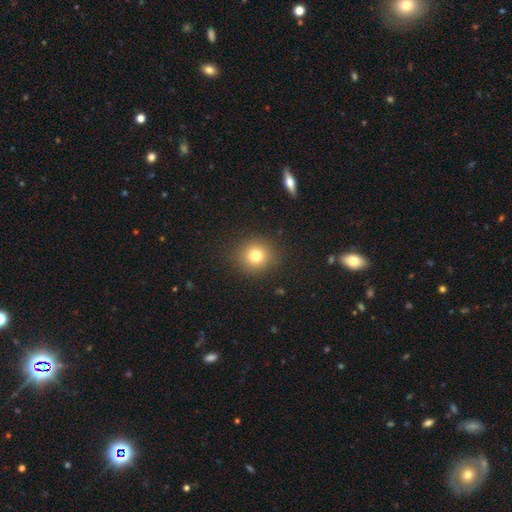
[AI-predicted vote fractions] The model was most divided on "smooth or featured": smooth: 78%, star or artifact: 13%, featured or disk: 9%. More confident: how rounded — round (92%); merging — none (89%).